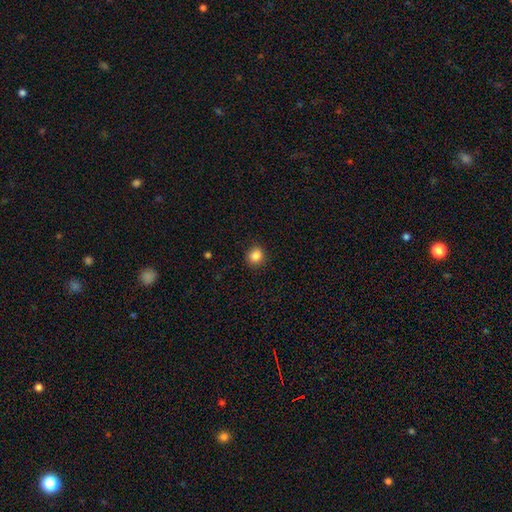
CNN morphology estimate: Smooth or featured: smooth — 86% (star or artifact — 11%)
How rounded: round — 87% (in between — 13%)
Merging: none — 89% (minor disturbance — 8%)